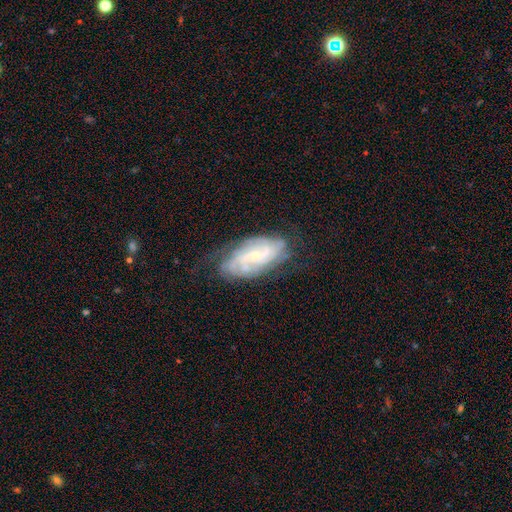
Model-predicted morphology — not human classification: smooth-or-featured: featured or disk: 78% | smooth: 15% | star or artifact: 7%
  disk-edge-on: no: 94% | yes: 6%
    bar: no: 54% | weak: 37% | strong: 9%
    has-spiral-arms: yes: 91% | no: 9%
      spiral-winding: tight: 55% | medium: 34% | loose: 11%
      spiral-arm-count: can't tell: 42% | 2: 25% | 3: 13% | 4: 10% | more than 4: 5% | 1: 4%
    bulge-size: small: 70% | moderate: 23% | none: 4% | large: 1% | dominant: 1%
  merging: none: 66% | minor disturbance: 23% | major disturbance: 9% | merger: 2%